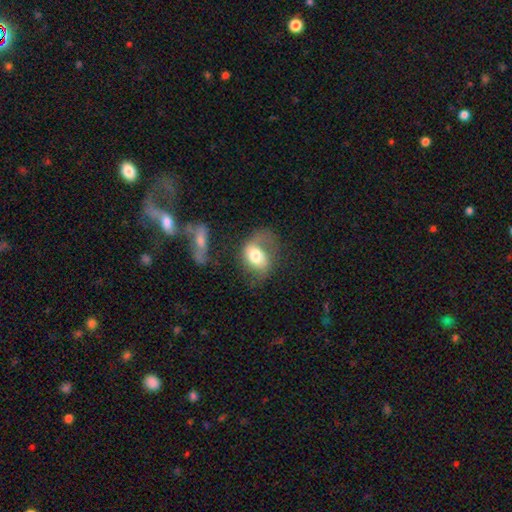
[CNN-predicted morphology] Smooth or featured?
  - smooth: 52% *
  - featured or disk: 40%
  - star or artifact: 8%
How rounded?
  - in between: 72% *
  - round: 27%
  - cigar-shaped: 2%
Merging?
  - major disturbance: 36% *
  - none: 31%
  - minor disturbance: 23%
  - merger: 10%